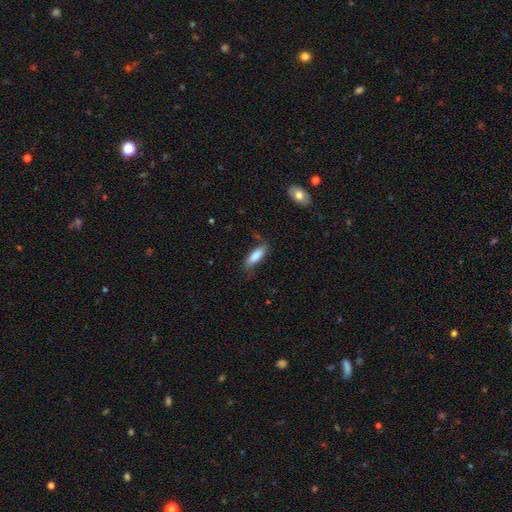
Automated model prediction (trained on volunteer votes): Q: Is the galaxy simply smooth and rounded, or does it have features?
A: smooth — 82%.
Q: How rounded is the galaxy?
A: in between — 57%.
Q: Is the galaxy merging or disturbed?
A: none — 71%.